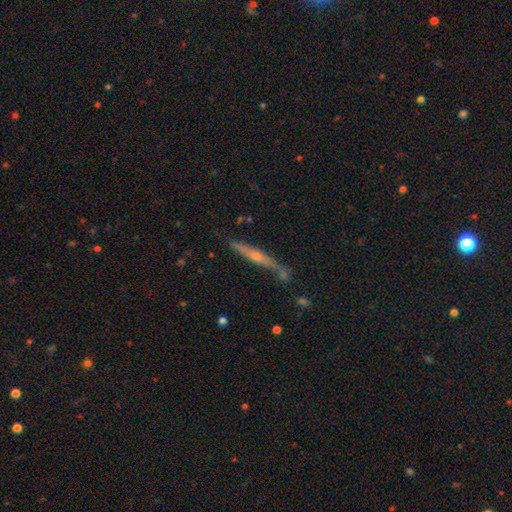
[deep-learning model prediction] A featured or disk galaxy (72%) viewed edge-on (96%) with a rounded central bulge (77%).

Vote fractions:
- Smooth or featured? featured or disk: 72% / smooth: 21% / star or artifact: 7%
- Edge-on disk? yes: 96% / no: 4%
- Edge-on bulge? rounded: 77% / none: 18% / boxy: 5%
- Merging? none: 76% / minor disturbance: 14% / merger: 7% / major disturbance: 3%